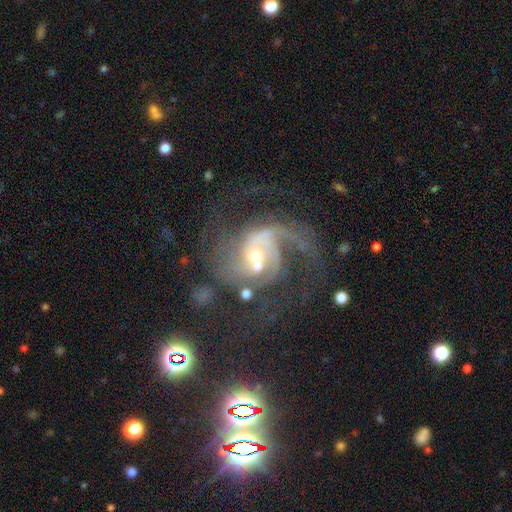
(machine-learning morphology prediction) featured or disk 87%, star or artifact 8%, smooth 5%. Down the decision tree: edge-on disk — no (98%); bar — weak (43%, tied with no); spiral arms — yes (96%); spiral arm count — 2 (46%); spiral winding — medium (51%); bulge size — small (50%); merging — none (45%).